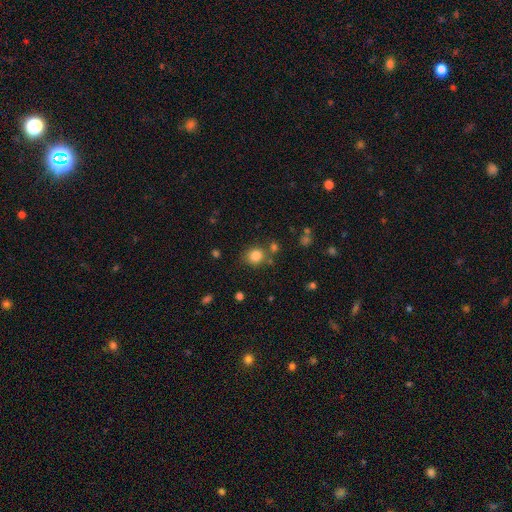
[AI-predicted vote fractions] This appears to be a smooth galaxy with no disk features (83%) that is round (82%). Merging: none (73%).